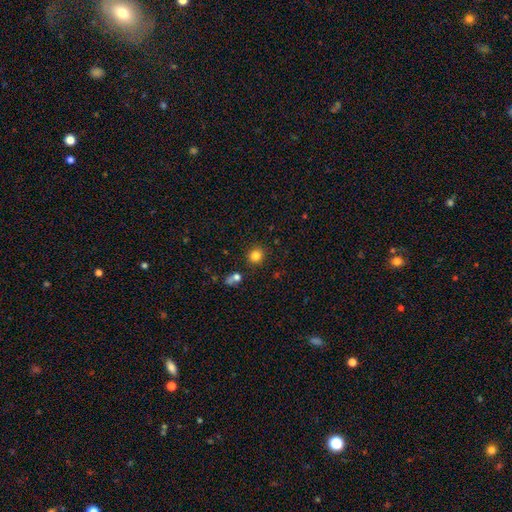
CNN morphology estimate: The model was most divided on "smooth or featured": smooth: 83%, star or artifact: 12%, featured or disk: 5%. More confident: how rounded — round (89%); merging — none (86%).